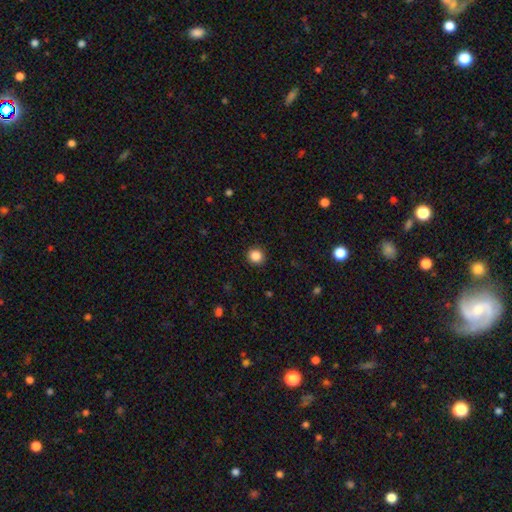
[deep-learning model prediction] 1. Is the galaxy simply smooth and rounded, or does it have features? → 86% smooth, 10% star or artifact, 4% featured or disk.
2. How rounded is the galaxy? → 89% round, 10% in between, 1% cigar-shaped.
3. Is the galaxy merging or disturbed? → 91% none, 6% minor disturbance, 2% major disturbance, 1% merger.